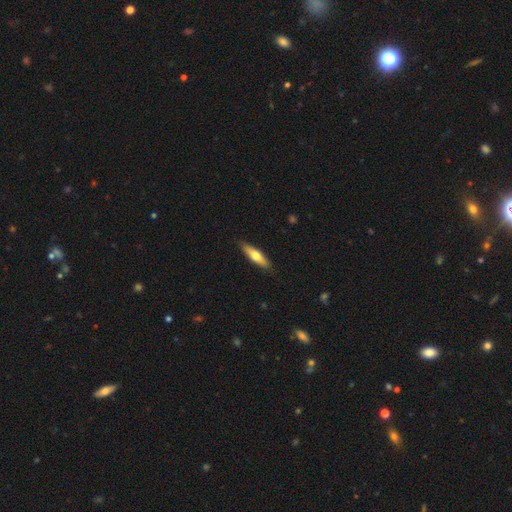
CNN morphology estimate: This is likely a smooth galaxy (61%). How rounded: likely cigar-shaped (64%). Merging: clearly none (88%).